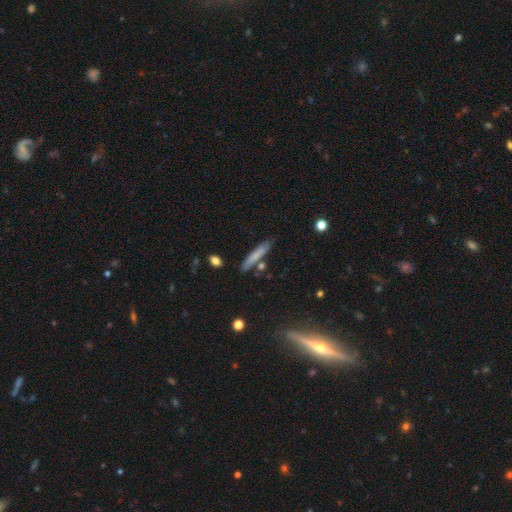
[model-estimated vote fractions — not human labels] A smooth galaxy with no disk features (72%) that is cigar-shaped (91%). Merging: none (81%).